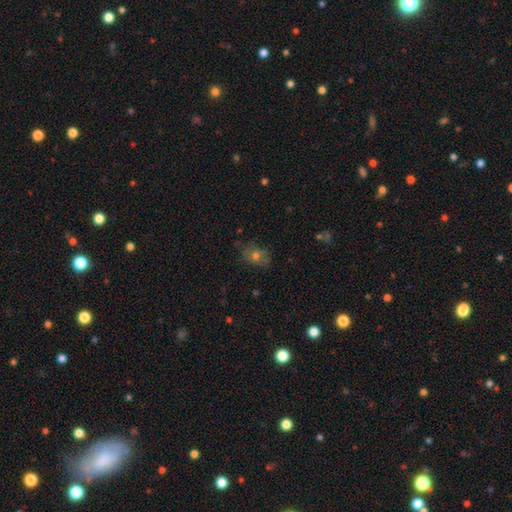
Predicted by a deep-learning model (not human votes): smooth-or-featured: smooth: 60% | featured or disk: 21% | star or artifact: 19%
  how-rounded: in between: 58% | round: 41% | cigar-shaped: 2%
  merging: none: 74% | minor disturbance: 18% | major disturbance: 6% | merger: 2%